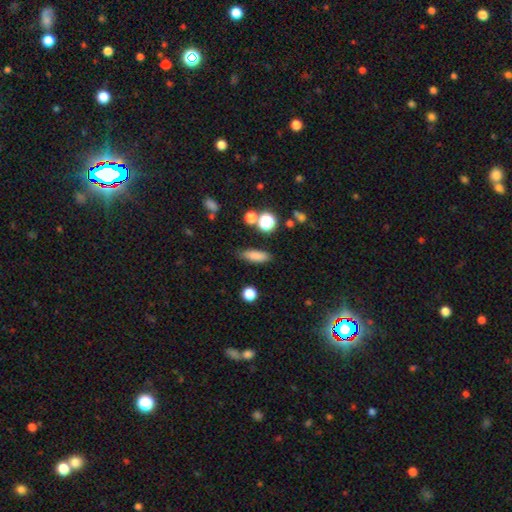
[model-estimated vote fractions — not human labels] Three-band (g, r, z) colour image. It shows a smooth galaxy with no disk features (81%) that is in between round and cigar-shaped (52%). Merging: none (83%).